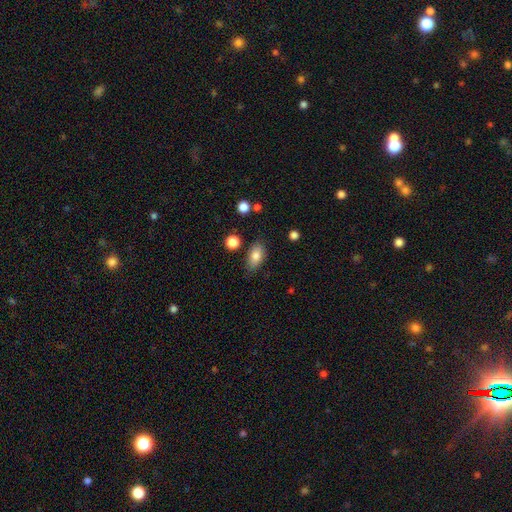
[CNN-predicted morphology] Overall: smooth (81%). How rounded: in between (88%). Merging: none (80%).